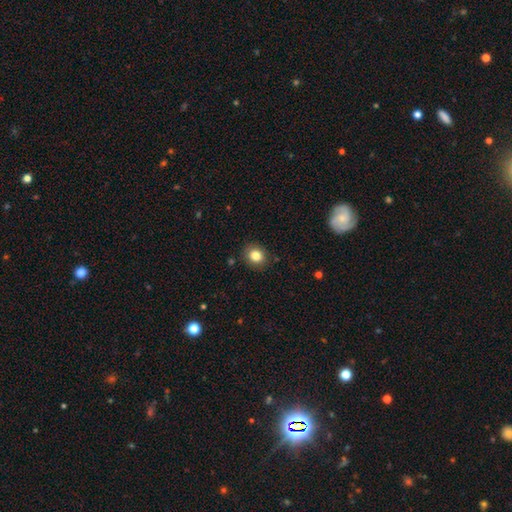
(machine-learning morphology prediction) Smooth or featured? Predicted: smooth (p=0.83). How rounded? Predicted: round (p=0.74). Merging? Predicted: none (p=0.89).